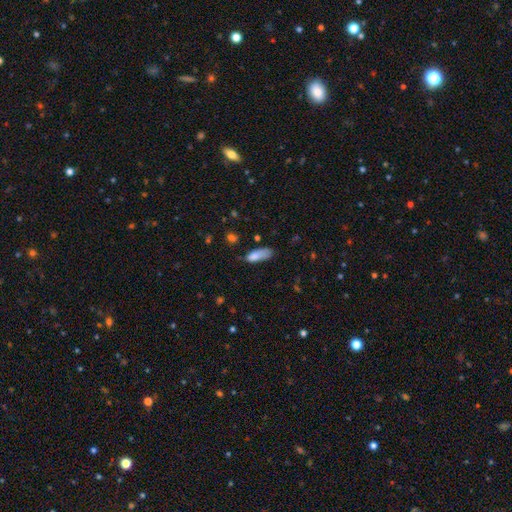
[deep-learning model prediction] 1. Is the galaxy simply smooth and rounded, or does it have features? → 82% smooth, 10% featured or disk, 9% star or artifact.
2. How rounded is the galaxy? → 70% in between, 27% cigar-shaped, 2% round.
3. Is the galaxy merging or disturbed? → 42% none, 37% minor disturbance, 17% major disturbance, 4% merger.